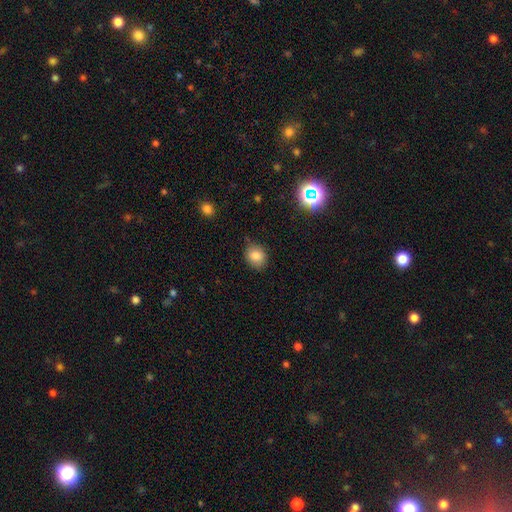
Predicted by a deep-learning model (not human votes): Smooth or featured? Predicted: smooth (p=0.82). How rounded? Predicted: round (p=0.59). Merging? Predicted: none (p=0.80).